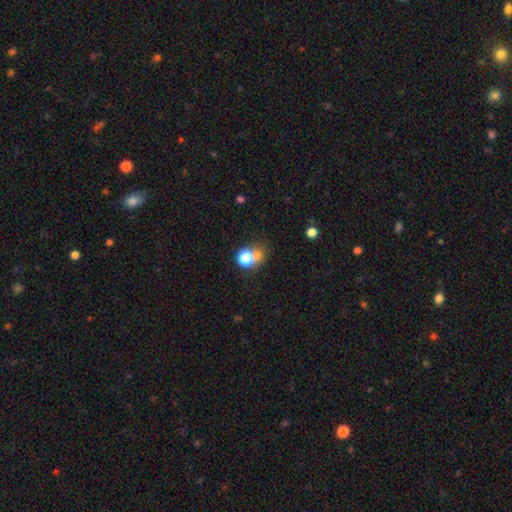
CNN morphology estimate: smooth_or_featured: smooth (p=0.67) [alt: star or artifact p=0.20]
how_rounded: round (p=0.71) [alt: in between p=0.27]
merging: none (p=0.43) [alt: merger p=0.41]